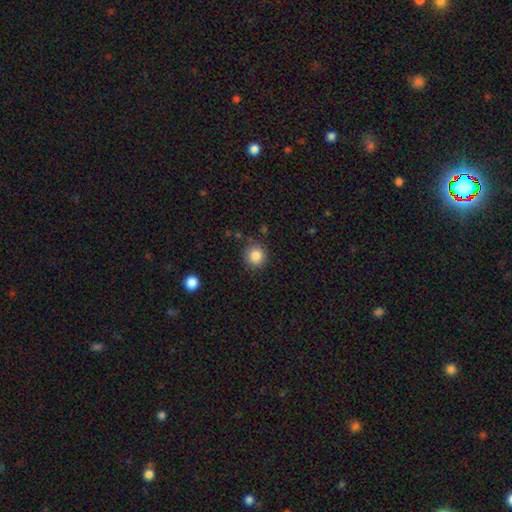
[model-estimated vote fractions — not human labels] smooth-or-featured: smooth: 86% | star or artifact: 10% | featured or disk: 4%
  how-rounded: round: 93% | in between: 7% | cigar-shaped: 1%
  merging: none: 85% | minor disturbance: 10% | major disturbance: 3% | merger: 2%